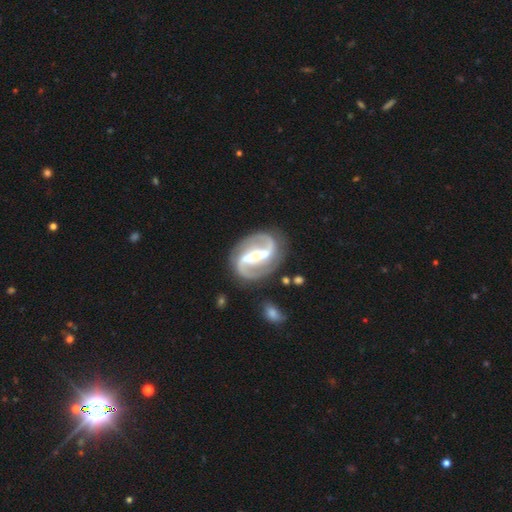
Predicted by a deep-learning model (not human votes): featured or disk 92%, star or artifact 4%, smooth 4%. Down the decision tree: edge-on disk — no (97%); bar — strong (66%); spiral arms — yes (98%); spiral arm count — 2 (94%); spiral winding — medium (54%); bulge size — small (52%); merging — none (82%).